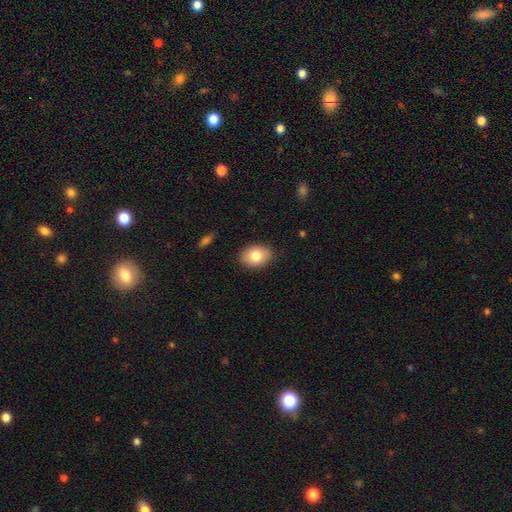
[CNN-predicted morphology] smooth 81%, featured or disk 11%, star or artifact 8%. Down the decision tree: how rounded — in between (76%); merging — none (88%).